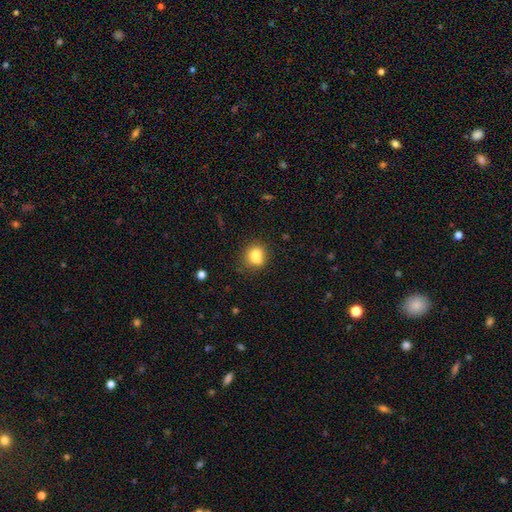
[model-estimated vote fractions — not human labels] Smooth or featured? smooth (77%)
How rounded? round (69%)
Merging? none (50%)